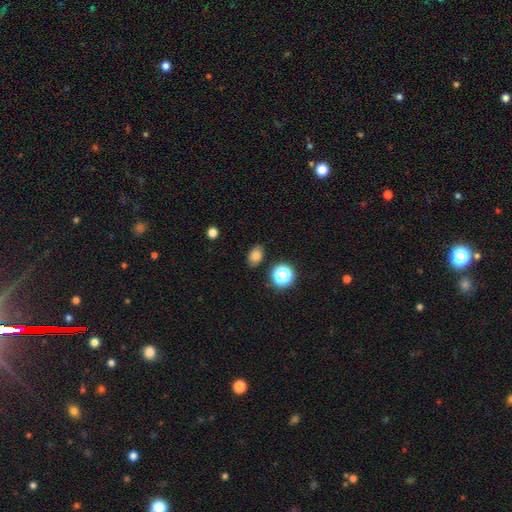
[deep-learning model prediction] Smooth or featured: smooth — 78% (star or artifact — 14%)
How rounded: in between — 75% (round — 24%)
Merging: none — 83% (minor disturbance — 12%)